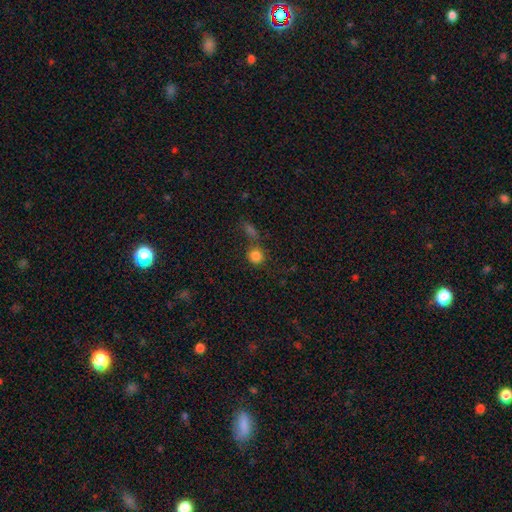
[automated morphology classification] Smooth or featured?
  - smooth: 82% *
  - star or artifact: 12%
  - featured or disk: 5%
How rounded?
  - round: 89% *
  - in between: 10%
  - cigar-shaped: 1%
Merging?
  - none: 65% *
  - merger: 20%
  - minor disturbance: 10%
  - major disturbance: 5%